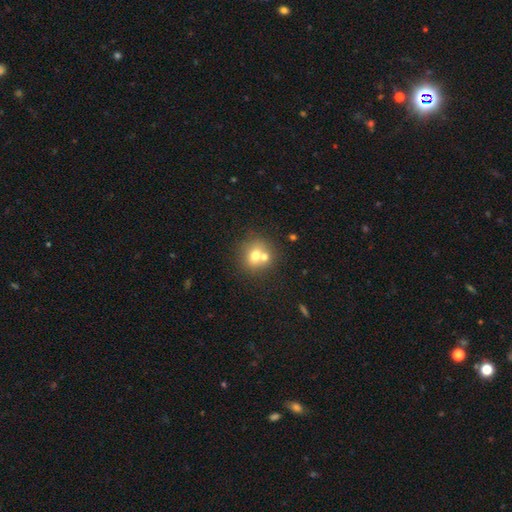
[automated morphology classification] Q: Smooth or featured?
A: smooth (68%); runner-up: featured or disk (20%)
Q: How rounded?
A: round (81%); runner-up: in between (18%)
Q: Merging?
A: none (47%); runner-up: merger (42%)